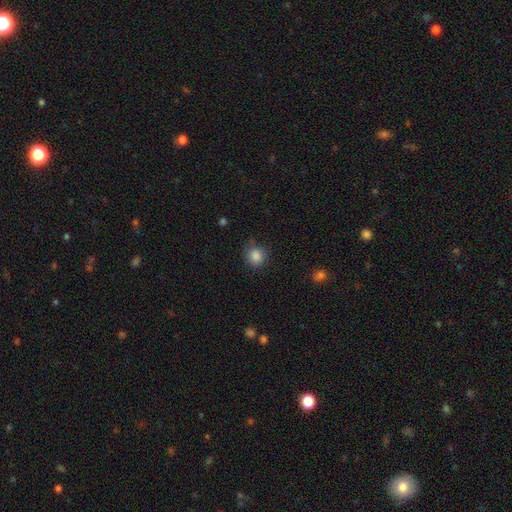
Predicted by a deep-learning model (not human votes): smooth 86%, star or artifact 10%, featured or disk 4%. Down the decision tree: how rounded — round (87%); merging — none (74%).